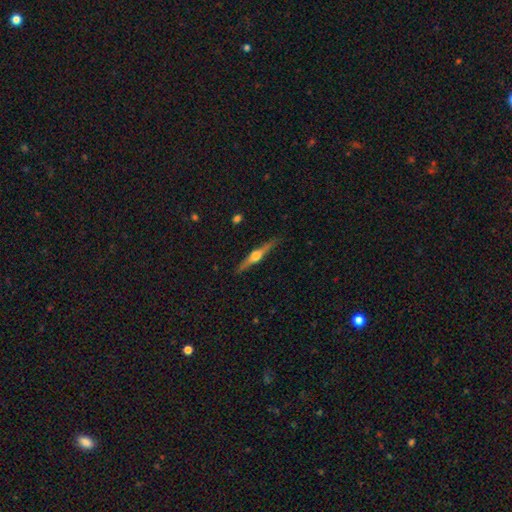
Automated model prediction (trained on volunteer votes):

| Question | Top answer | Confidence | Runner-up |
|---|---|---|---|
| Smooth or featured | featured or disk | 77% | smooth (17%) |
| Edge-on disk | yes | 98% | no (2%) |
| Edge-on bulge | rounded | 95% | boxy (3%) |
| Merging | none | 89% | minor disturbance (8%) |